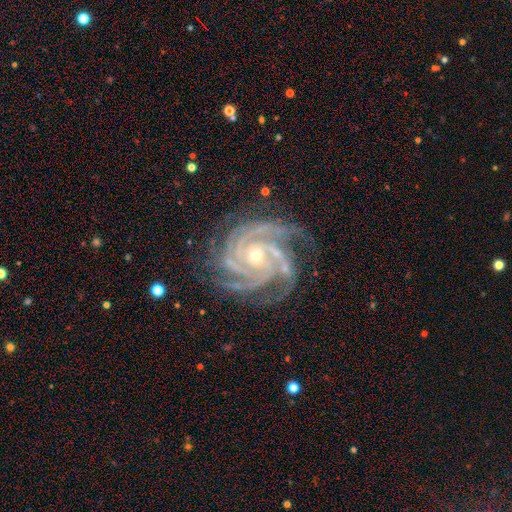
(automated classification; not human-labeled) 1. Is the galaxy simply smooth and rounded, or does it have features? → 93% featured or disk, 5% star or artifact, 2% smooth.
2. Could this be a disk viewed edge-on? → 98% no, 2% yes.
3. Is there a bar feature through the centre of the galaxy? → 66% no, 22% weak, 12% strong.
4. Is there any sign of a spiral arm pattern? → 99% yes, 1% no.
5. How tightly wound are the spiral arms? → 77% tight, 21% medium, 2% loose.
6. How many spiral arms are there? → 44% 4, 22% 3, 15% more than 4, 7% can't tell, 6% 2, 6% 1.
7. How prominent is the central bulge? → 62% small, 35% moderate, 1% large, 1% none, 1% dominant.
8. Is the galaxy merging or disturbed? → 77% none, 16% minor disturbance, 5% major disturbance, 2% merger.